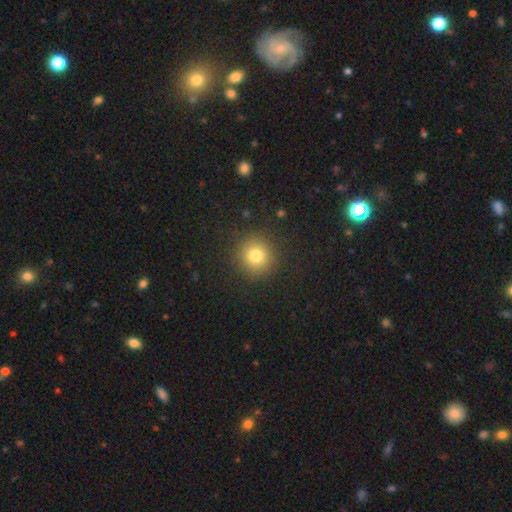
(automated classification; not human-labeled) A smooth galaxy with no disk features (78%) that is round (91%). Merging: none (89%).